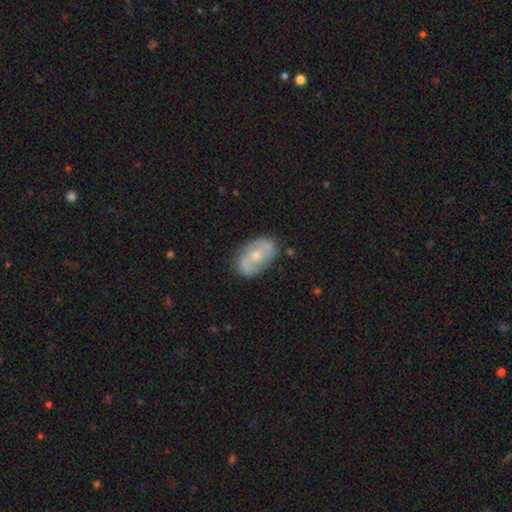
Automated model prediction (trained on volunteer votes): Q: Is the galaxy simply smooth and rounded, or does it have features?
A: featured or disk — 63%.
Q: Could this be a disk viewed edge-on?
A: no — 95%.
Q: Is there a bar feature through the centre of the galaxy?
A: no — 57%.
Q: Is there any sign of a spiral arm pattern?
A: yes — 80%.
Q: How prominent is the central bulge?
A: moderate — 50%.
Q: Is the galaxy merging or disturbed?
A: none — 76%.